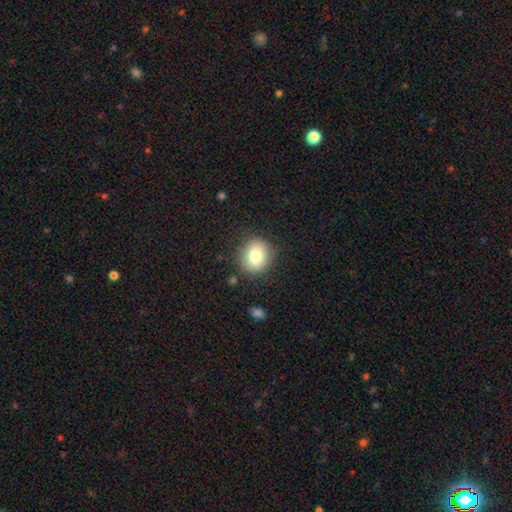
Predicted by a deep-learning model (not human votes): This appears to be a smooth galaxy with no disk features (80%) that is round (79%). Merging: none (86%).